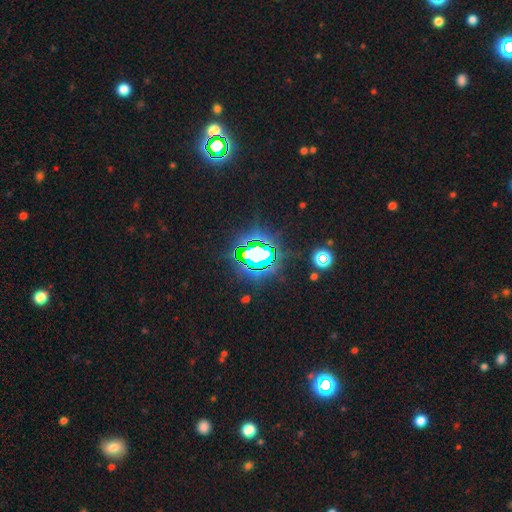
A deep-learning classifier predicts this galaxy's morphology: This is likely a star or artifact rather than a galaxy (75%).